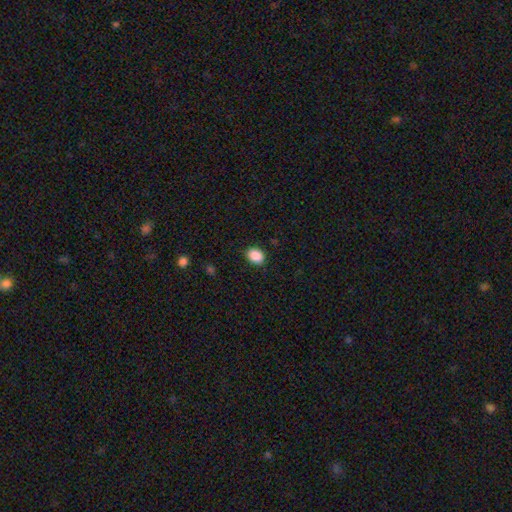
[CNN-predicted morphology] type=smooth (89%); roundness=in between (60%); merging=none (87%).